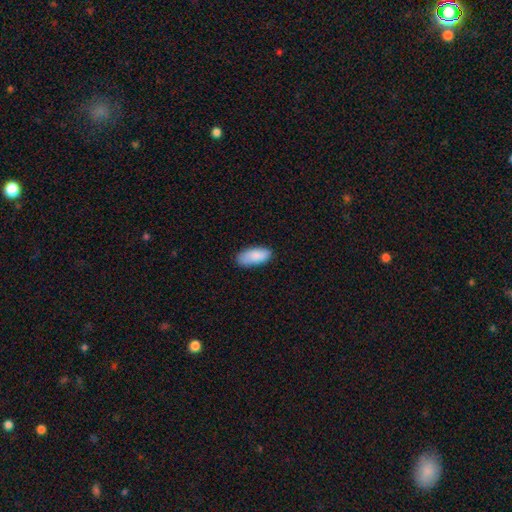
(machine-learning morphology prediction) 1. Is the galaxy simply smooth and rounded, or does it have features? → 88% smooth, 6% featured or disk, 6% star or artifact.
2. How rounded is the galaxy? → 88% in between, 10% cigar-shaped, 2% round.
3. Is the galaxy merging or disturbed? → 82% none, 14% minor disturbance, 2% major disturbance, 1% merger.